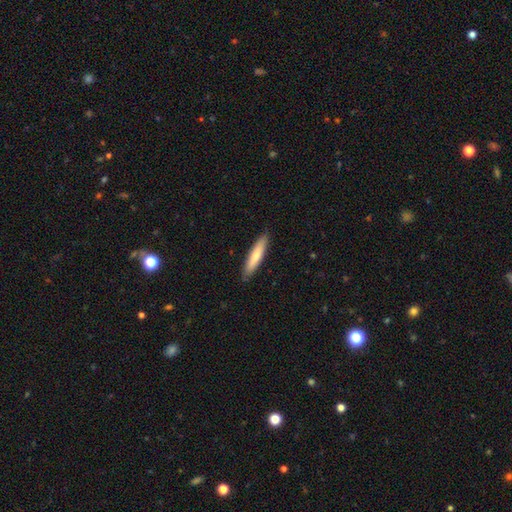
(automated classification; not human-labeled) smooth-or-featured: smooth: 73% | featured or disk: 22% | star or artifact: 5%
  how-rounded: cigar-shaped: 86% | in between: 12% | round: 1%
  merging: none: 88% | minor disturbance: 9% | major disturbance: 2% | merger: 1%